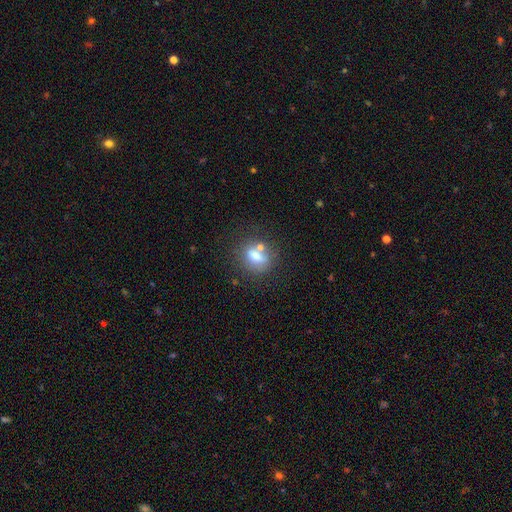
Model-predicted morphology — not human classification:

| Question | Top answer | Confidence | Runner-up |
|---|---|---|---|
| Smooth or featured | smooth | 67% | featured or disk (21%) |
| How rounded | in between | 57% | round (35%) |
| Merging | none | 54% | merger (22%) |